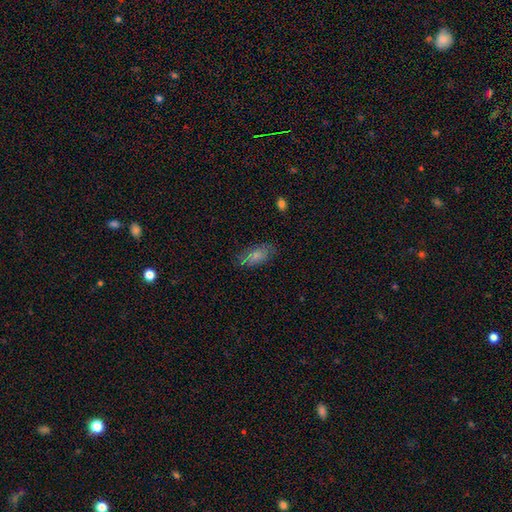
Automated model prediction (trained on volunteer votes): A smooth galaxy with no disk features (72%) that is in between round and cigar-shaped (84%).

Vote fractions:
- Smooth or featured? smooth: 72% / featured or disk: 20% / star or artifact: 8%
- How rounded? in between: 84% / cigar-shaped: 13% / round: 3%
- Merging? none: 75% / minor disturbance: 18% / major disturbance: 5% / merger: 1%